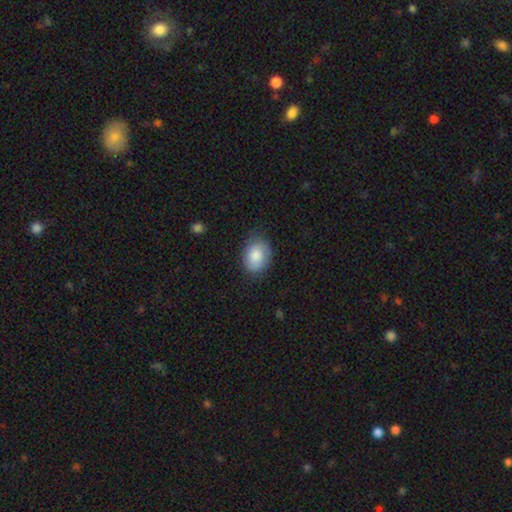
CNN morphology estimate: The model was most divided on "how rounded": in between: 64%, round: 35%, cigar-shaped: 1%. More confident: smooth or featured — smooth (79%); merging — none (71%).